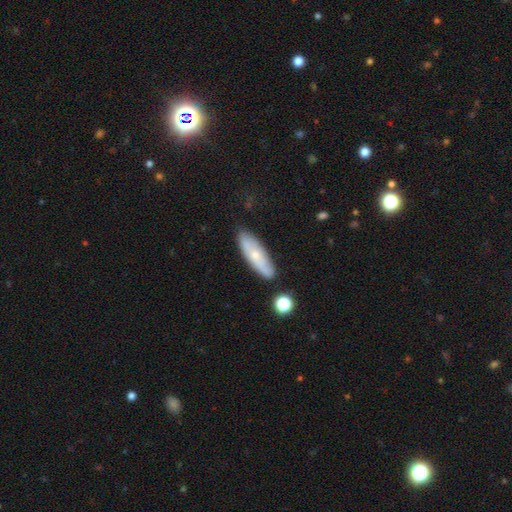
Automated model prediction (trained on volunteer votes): Smooth or featured? smooth (58%)
How rounded? cigar-shaped (51%)
Merging? none (82%)